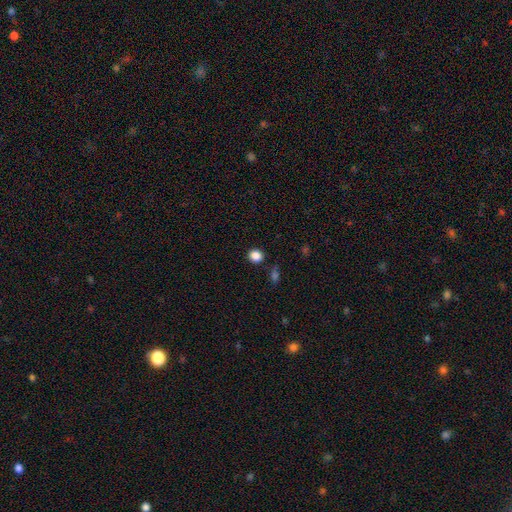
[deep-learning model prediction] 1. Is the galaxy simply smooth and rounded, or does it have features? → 86% smooth, 11% star or artifact, 3% featured or disk.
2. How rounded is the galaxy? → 79% round, 20% in between, 1% cigar-shaped.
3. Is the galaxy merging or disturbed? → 87% none, 8% minor disturbance, 3% merger, 2% major disturbance.